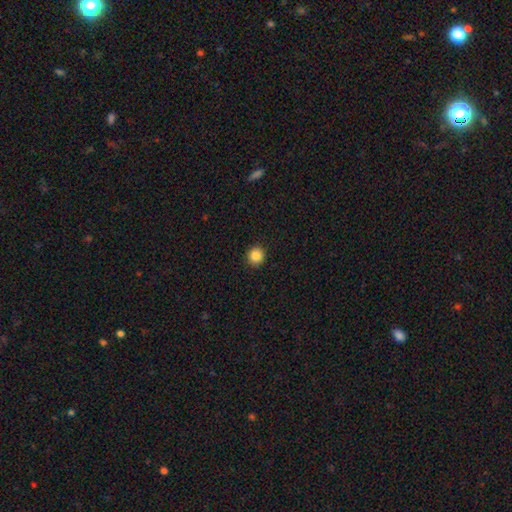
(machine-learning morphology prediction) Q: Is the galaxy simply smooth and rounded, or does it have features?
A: smooth — 87%.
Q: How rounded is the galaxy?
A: round — 93%.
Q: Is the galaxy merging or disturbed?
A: none — 93%.